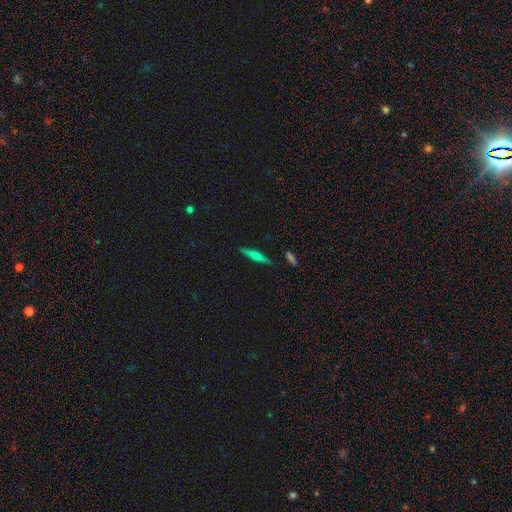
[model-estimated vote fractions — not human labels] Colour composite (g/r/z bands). It shows a smooth galaxy with no disk features (51%) that is cigar-shaped (88%). Merging: none (87%).